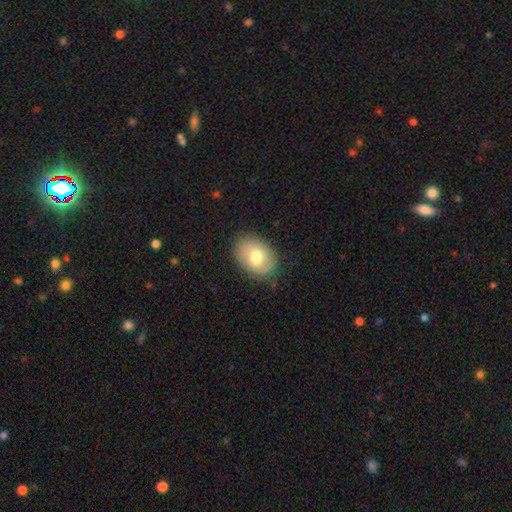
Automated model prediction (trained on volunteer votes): This is likely a smooth galaxy (69%). How rounded: likely in between (77%). Merging: clearly none (82%).